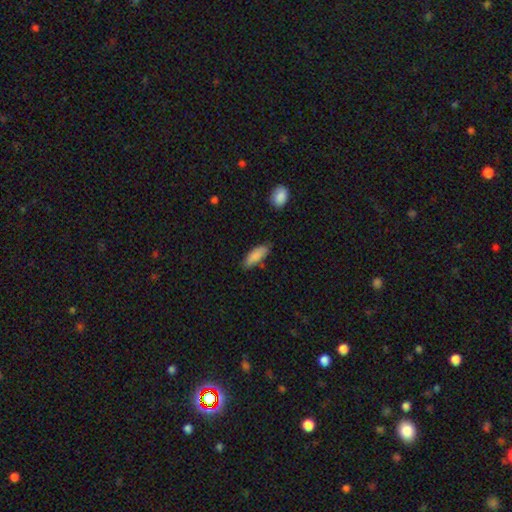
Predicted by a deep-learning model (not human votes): A smooth galaxy with no disk features (86%) that is in between round and cigar-shaped (64%). Merging: none (75%).